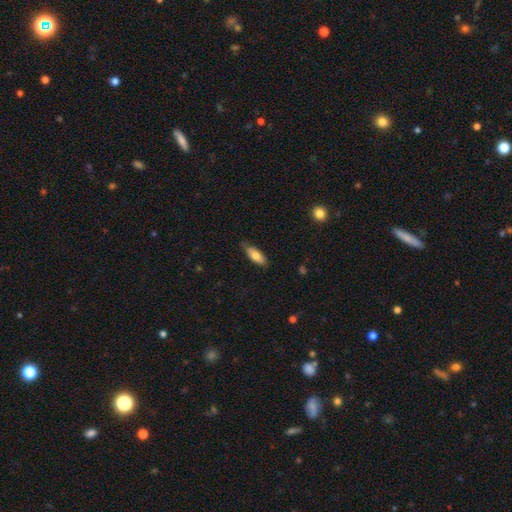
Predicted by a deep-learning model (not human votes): Smooth or featured? Predicted: smooth (p=0.73). How rounded? Predicted: in between (p=0.67). Merging? Predicted: none (p=0.77).